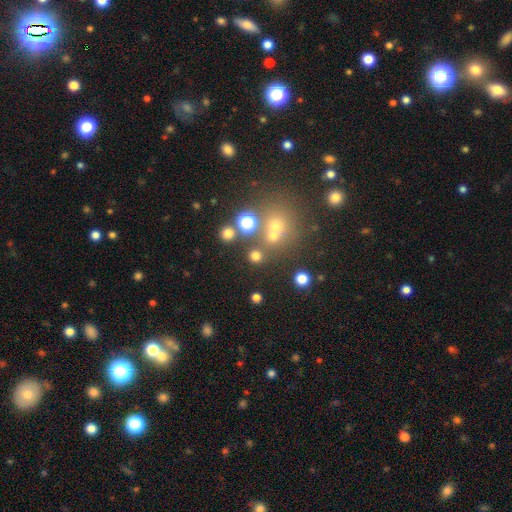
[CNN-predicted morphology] This appears to be a smooth galaxy with no disk features (70%) that is round (89%). Merging: none (74%).